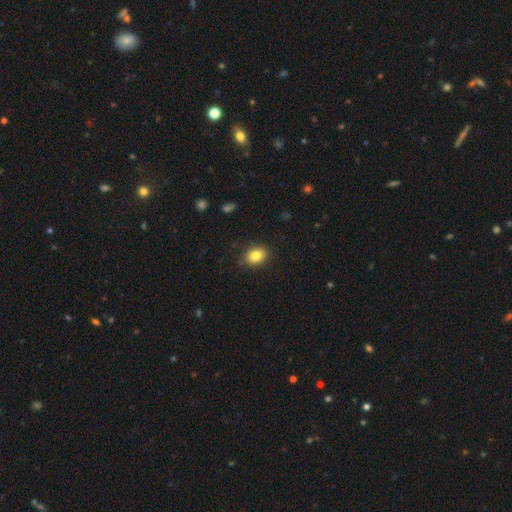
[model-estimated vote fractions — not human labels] Overall: smooth (83%). How rounded: in between (66%; round 33%). Merging: none (87%).